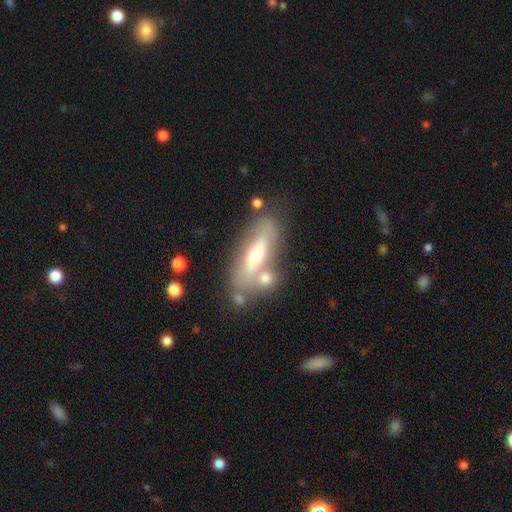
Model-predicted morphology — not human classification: Smooth or featured: featured or disk — 59% (smooth — 33%)
Edge-on disk: no — 51% (yes — 49%)
Merging: none — 62% (merger — 16%)